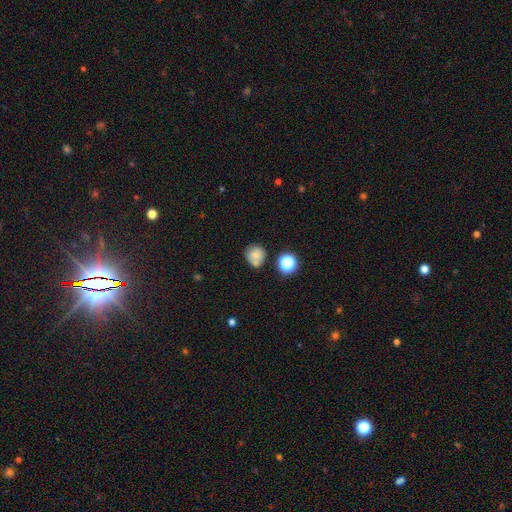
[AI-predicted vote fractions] Overall: smooth (70%). How rounded: round (82%). Merging: none (56%; merger 21%).